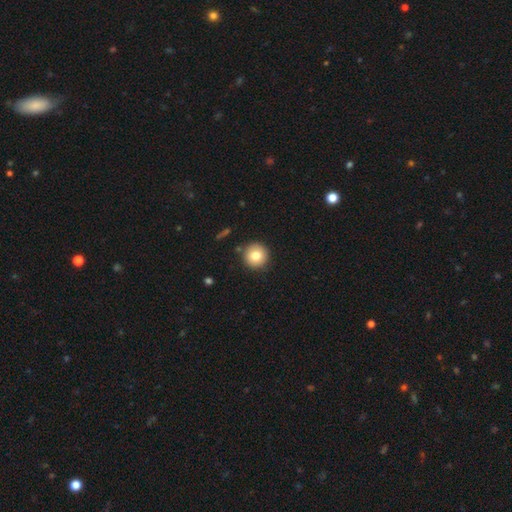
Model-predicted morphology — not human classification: Smooth or featured? smooth (79%)
How rounded? round (95%)
Merging? none (89%)